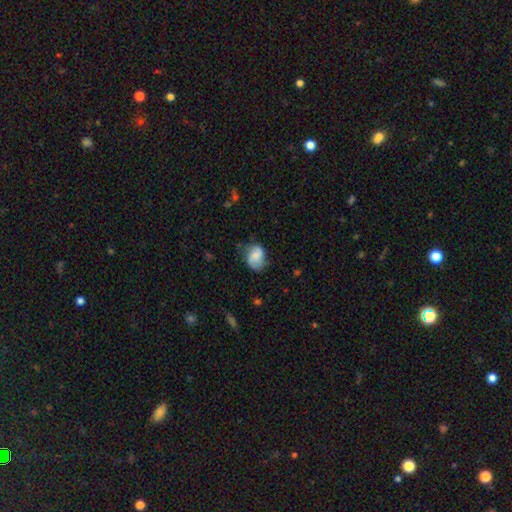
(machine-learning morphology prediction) smooth-or-featured: smooth: 58% | featured or disk: 33% | star or artifact: 8%
  how-rounded: in between: 60% | round: 39% | cigar-shaped: 1%
  merging: none: 56% | minor disturbance: 31% | major disturbance: 11% | merger: 2%